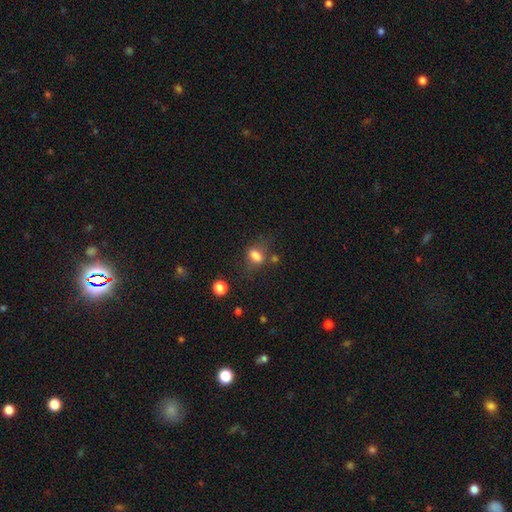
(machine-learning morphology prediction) Smooth or featured? Predicted: smooth (p=0.77). How rounded? Predicted: in between (p=0.75). Merging? Predicted: none (p=0.59).